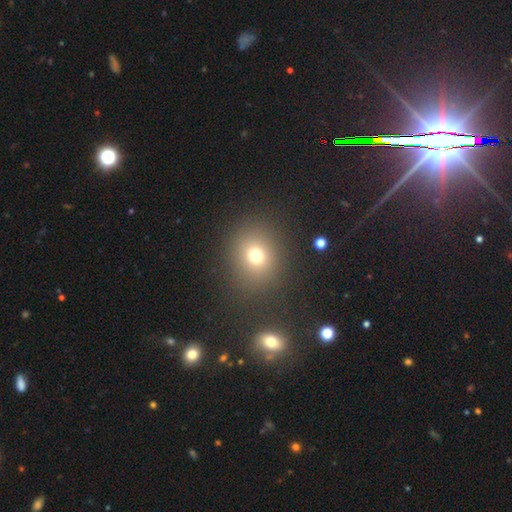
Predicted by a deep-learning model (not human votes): Smooth or featured? smooth (72%)
How rounded? round (77%)
Merging? none (85%)